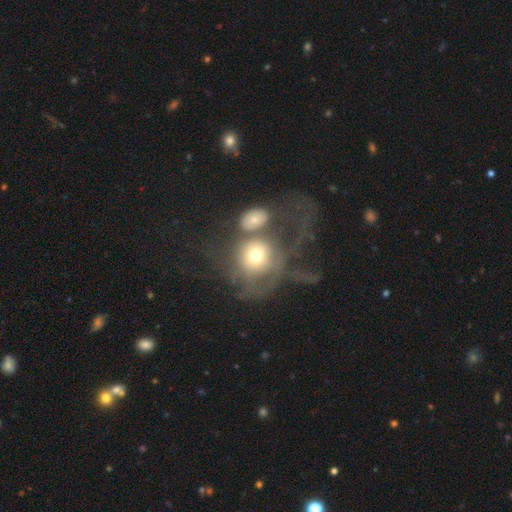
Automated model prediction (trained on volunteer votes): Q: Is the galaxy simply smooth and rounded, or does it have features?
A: smooth — 51%.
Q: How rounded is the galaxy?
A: round — 77%.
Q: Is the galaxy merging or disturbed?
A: major disturbance — 43%.